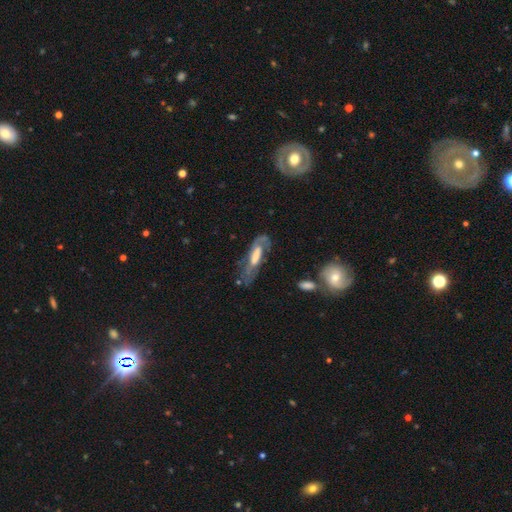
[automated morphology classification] smooth-or-featured: featured or disk: 67% | smooth: 25% | star or artifact: 8%
  disk-edge-on: no: 74% | yes: 26%
  merging: none: 46% | major disturbance: 26% | minor disturbance: 23% | merger: 5%